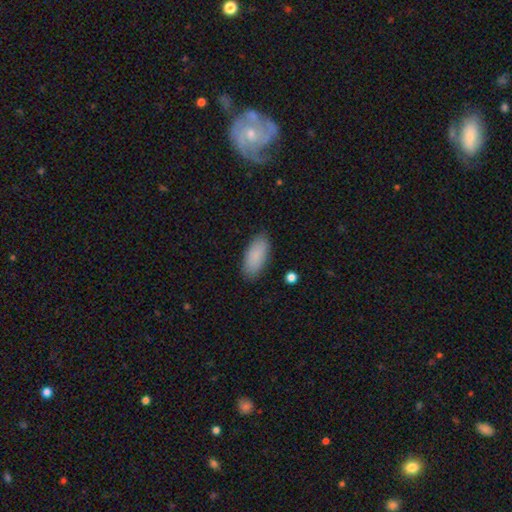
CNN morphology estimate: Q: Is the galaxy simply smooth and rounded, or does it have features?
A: smooth — 87%.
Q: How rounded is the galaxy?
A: in between — 89%.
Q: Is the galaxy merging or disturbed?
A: none — 85%.